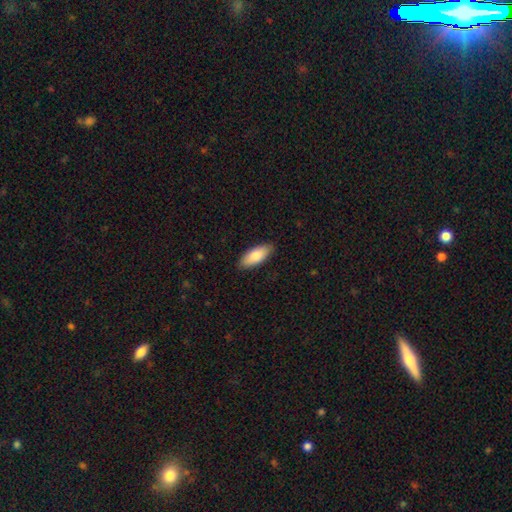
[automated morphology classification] Q: Smooth or featured?
A: smooth (85%); runner-up: featured or disk (10%)
Q: How rounded?
A: in between (82%); runner-up: cigar-shaped (16%)
Q: Merging?
A: none (88%); runner-up: minor disturbance (10%)